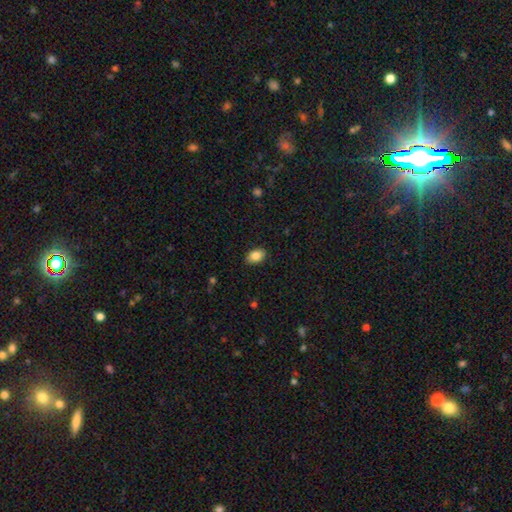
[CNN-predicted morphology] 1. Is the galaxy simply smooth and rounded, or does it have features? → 86% smooth, 8% star or artifact, 7% featured or disk.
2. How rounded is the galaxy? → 87% in between, 12% round, 1% cigar-shaped.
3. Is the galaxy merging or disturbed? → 87% none, 10% minor disturbance, 2% major disturbance, 1% merger.